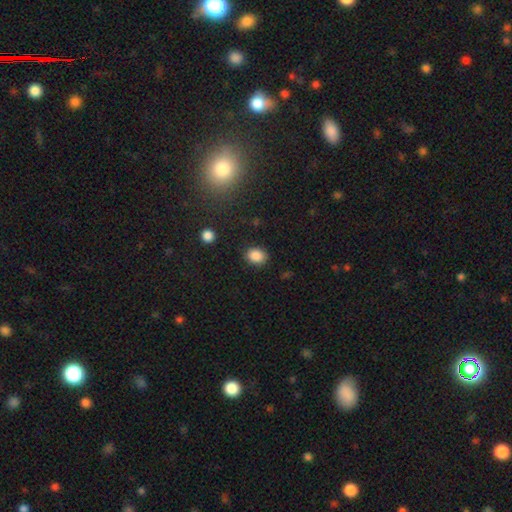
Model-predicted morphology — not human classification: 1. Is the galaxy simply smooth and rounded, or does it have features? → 87% smooth, 10% star or artifact, 4% featured or disk.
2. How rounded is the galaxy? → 51% in between, 48% round, 1% cigar-shaped.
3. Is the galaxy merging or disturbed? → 86% none, 10% minor disturbance, 3% major disturbance, 1% merger.